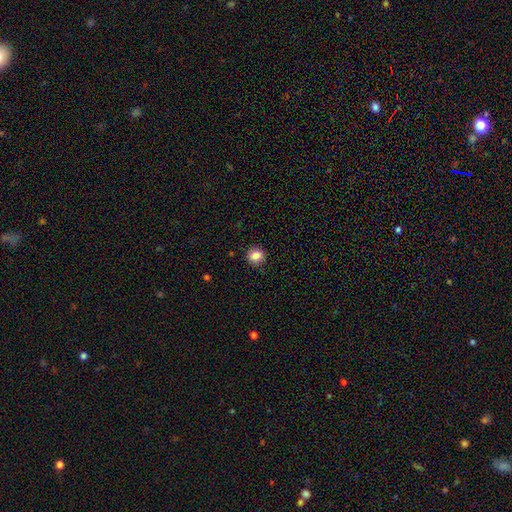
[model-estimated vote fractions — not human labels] A smooth galaxy with no disk features (84%) that is round (86%). Merging: none (90%).